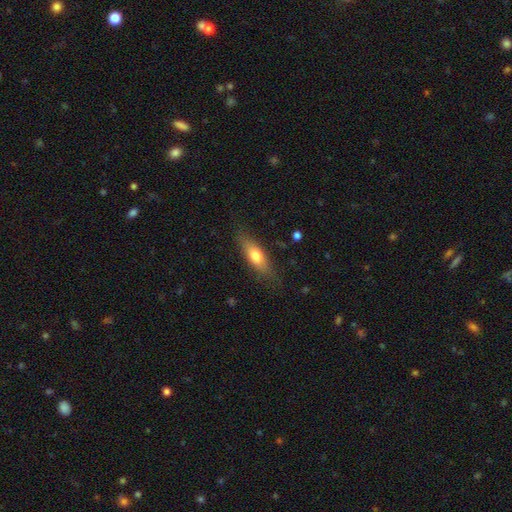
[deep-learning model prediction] Smooth or featured? smooth (69%)
How rounded? in between (59%)
Merging? none (78%)